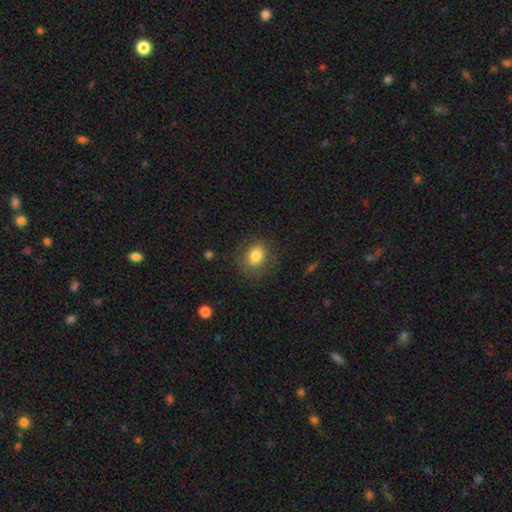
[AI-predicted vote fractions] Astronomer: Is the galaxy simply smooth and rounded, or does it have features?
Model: smooth — 80%.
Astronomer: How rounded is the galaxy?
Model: round — 56% (runner-up: in between, 43%).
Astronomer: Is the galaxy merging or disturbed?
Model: none — 75%.